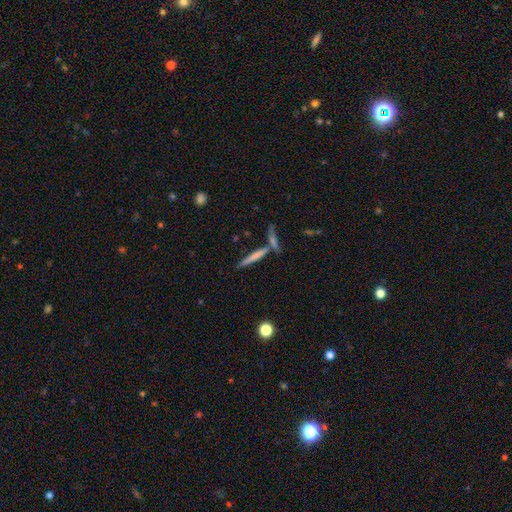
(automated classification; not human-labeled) This appears to be a smooth galaxy with no disk features (56%) that is cigar-shaped (93%). Merging: none (68%).